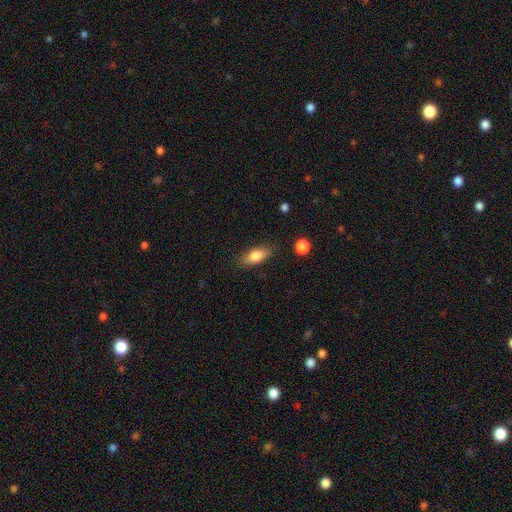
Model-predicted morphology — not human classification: Smooth or featured? Predicted: smooth (p=0.77). How rounded? Predicted: in between (p=0.77). Merging? Predicted: none (p=0.82).